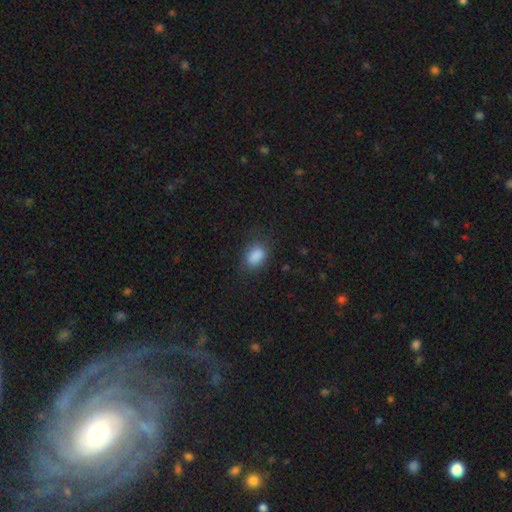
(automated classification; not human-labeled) Q: Smooth or featured?
A: smooth (86%); runner-up: star or artifact (9%)
Q: How rounded?
A: in between (82%); runner-up: round (16%)
Q: Merging?
A: none (74%); runner-up: minor disturbance (18%)